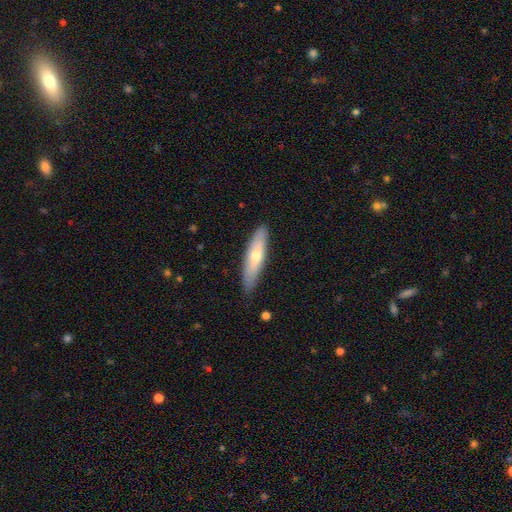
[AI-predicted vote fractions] smooth-or-featured: smooth: 61% | featured or disk: 34% | star or artifact: 6%
  how-rounded: cigar-shaped: 69% | in between: 29% | round: 2%
  merging: none: 84% | minor disturbance: 13% | major disturbance: 2% | merger: 1%